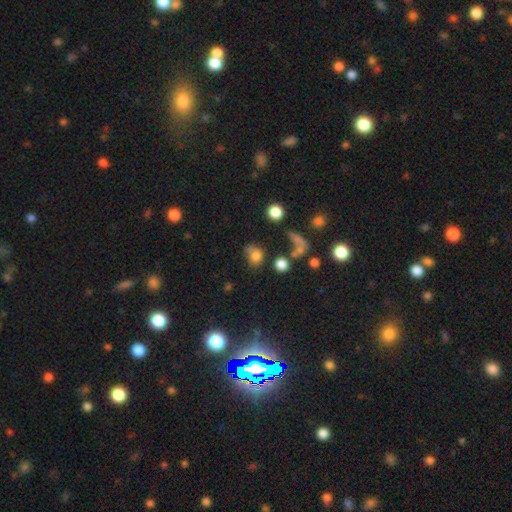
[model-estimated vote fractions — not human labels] smooth_or_featured: smooth (p=0.75) [alt: star or artifact p=0.15]
how_rounded: round (p=0.64) [alt: in between p=0.34]
merging: none (p=0.49) [alt: minor disturbance p=0.19]